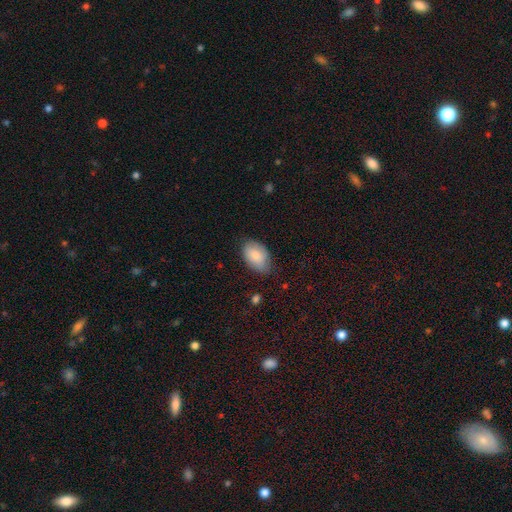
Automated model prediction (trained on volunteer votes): This is clearly a smooth galaxy (83%). How rounded: clearly in between (92%). Merging: likely none (68%).